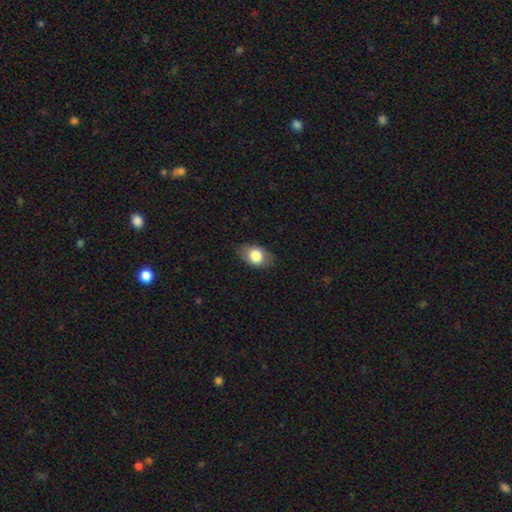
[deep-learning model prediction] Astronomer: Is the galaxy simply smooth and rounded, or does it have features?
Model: smooth — 81%.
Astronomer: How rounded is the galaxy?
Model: in between — 75%.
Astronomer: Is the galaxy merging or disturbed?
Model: none — 80%.